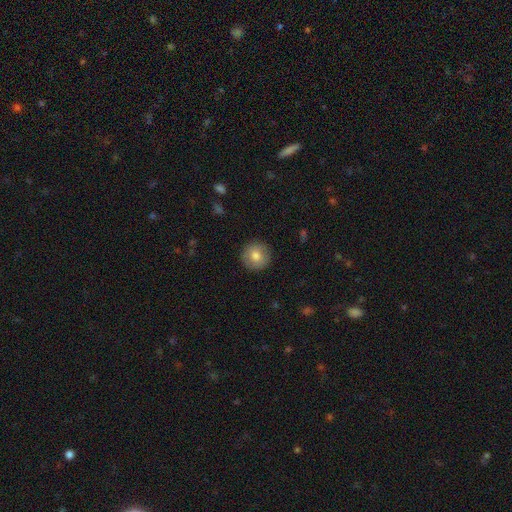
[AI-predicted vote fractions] Smooth or featured? Predicted: smooth (p=0.78). How rounded? Predicted: round (p=0.95). Merging? Predicted: none (p=0.91).